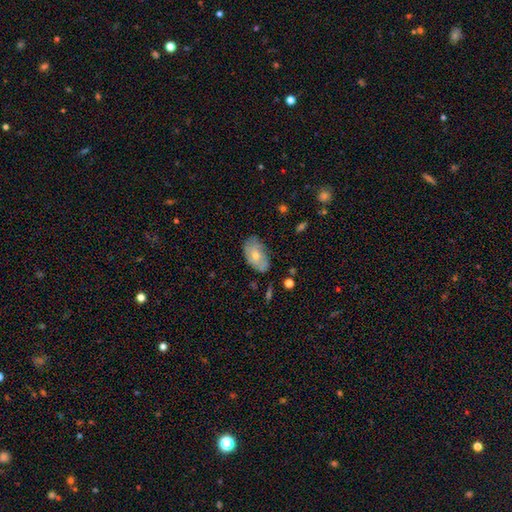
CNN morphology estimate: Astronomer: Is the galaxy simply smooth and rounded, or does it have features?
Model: smooth — 48% (runner-up: featured or disk, 45%).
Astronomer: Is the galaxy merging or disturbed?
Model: none — 70%.